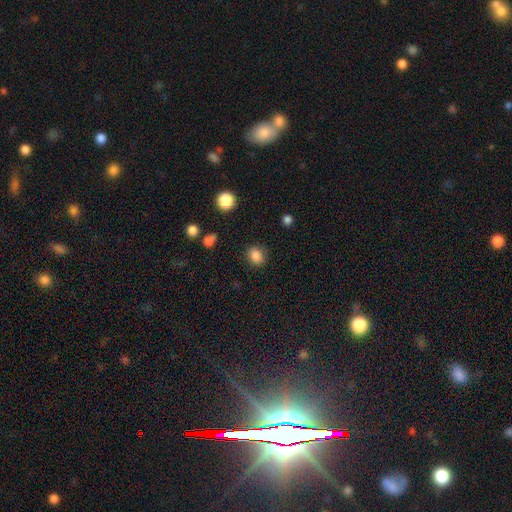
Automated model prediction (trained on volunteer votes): Smooth or featured? smooth (85%)
How rounded? round (51%)
Merging? none (83%)